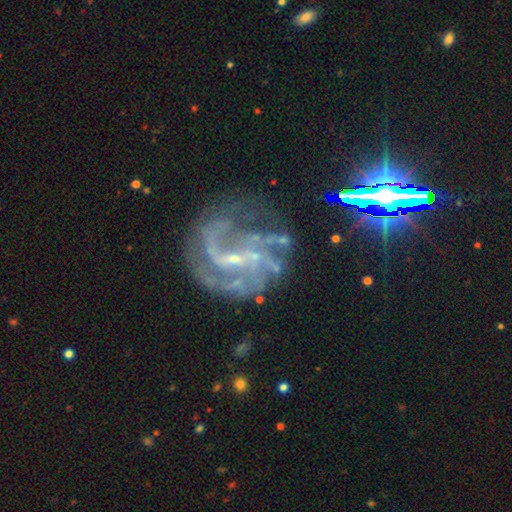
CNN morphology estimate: Q: Smooth or featured?
A: featured or disk (87%); runner-up: star or artifact (9%)
Q: Edge-on disk?
A: no (98%); runner-up: yes (2%)
Q: Bar?
A: weak (47%); runner-up: no (29%)
Q: Spiral arms?
A: yes (95%); runner-up: no (5%)
Q: Spiral winding?
A: medium (50%); runner-up: tight (26%)
Q: Spiral arm count?
A: 3 (28%); runner-up: 2 (22%)
Q: Bulge size?
A: small (75%); runner-up: none (13%)
Q: Merging?
A: none (54%); runner-up: major disturbance (22%)